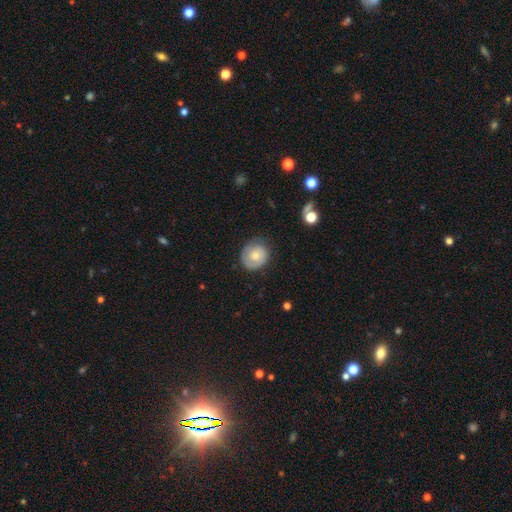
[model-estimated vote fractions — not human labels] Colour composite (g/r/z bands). It shows a smooth galaxy with no disk features (60%) that is round (78%). Merging: none (72%).